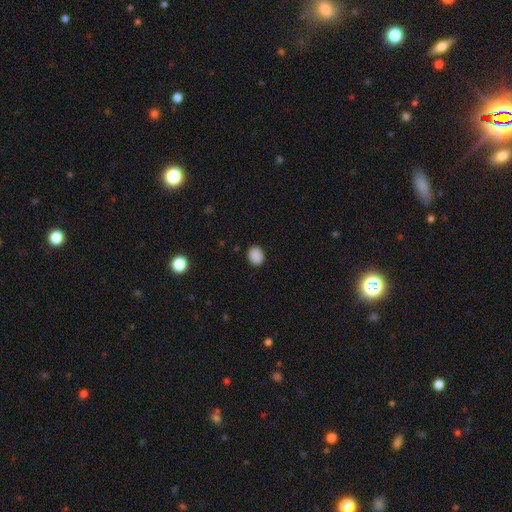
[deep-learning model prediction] Smooth or featured?
  - smooth: 88% *
  - star or artifact: 10%
  - featured or disk: 3%
How rounded?
  - round: 55% *
  - in between: 45%
  - cigar-shaped: 1%
Merging?
  - none: 88% *
  - minor disturbance: 8%
  - major disturbance: 2%
  - merger: 1%